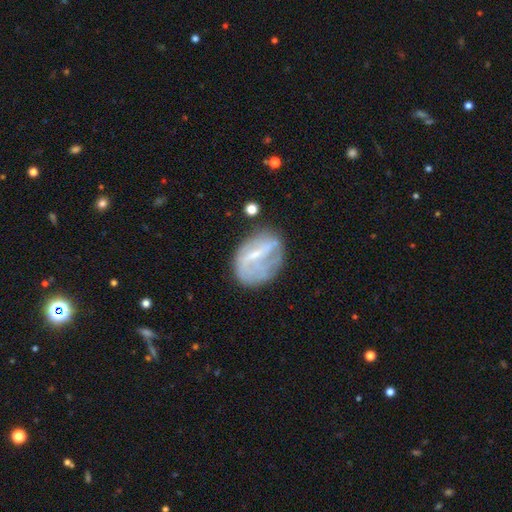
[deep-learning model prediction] Smooth or featured? Predicted: featured or disk (p=0.63). Edge-on disk? Predicted: no (p=0.95). Bar? Predicted: weak (p=0.41). Spiral arms? Predicted: yes (p=0.54). Bulge size? Predicted: small (p=0.56). Merging? Predicted: none (p=0.51).